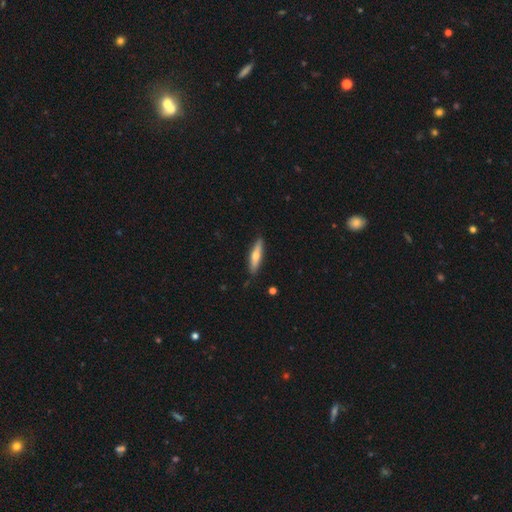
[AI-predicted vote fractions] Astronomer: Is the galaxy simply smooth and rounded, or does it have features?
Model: smooth — 53% (runner-up: featured or disk, 42%).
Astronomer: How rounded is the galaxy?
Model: cigar-shaped — 81%.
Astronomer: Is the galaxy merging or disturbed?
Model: none — 87%.